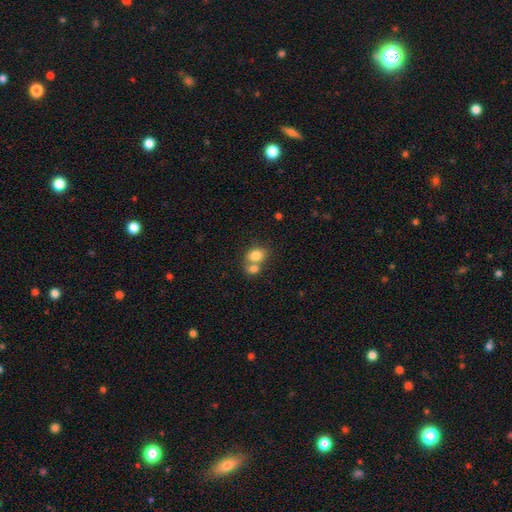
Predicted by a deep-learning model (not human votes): smooth_or_featured: smooth (p=0.80) [alt: featured or disk p=0.11]
how_rounded: in between (p=0.57) [alt: round p=0.42]
merging: merger (p=0.54) [alt: none p=0.34]